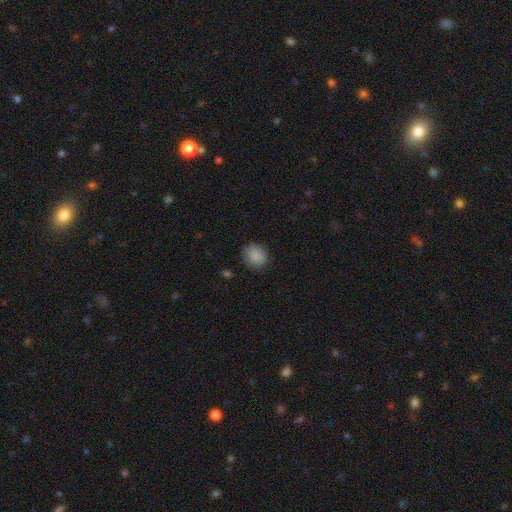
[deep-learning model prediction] A smooth galaxy with no disk features (88%) that is round (78%). Merging: none (83%).